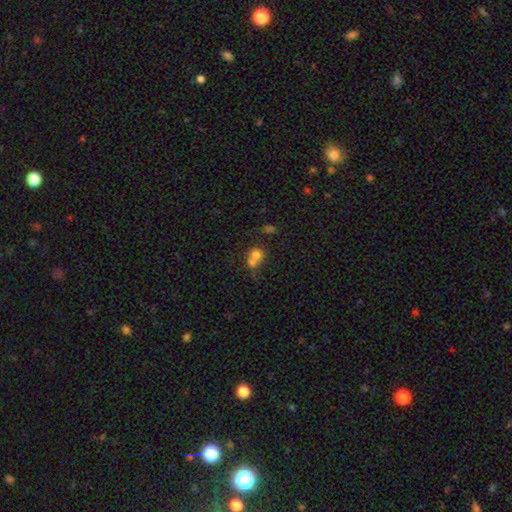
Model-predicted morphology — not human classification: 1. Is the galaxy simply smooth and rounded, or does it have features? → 70% smooth, 17% featured or disk, 12% star or artifact.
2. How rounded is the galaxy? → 76% round, 23% in between, 1% cigar-shaped.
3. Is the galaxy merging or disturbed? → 61% merger, 29% none, 7% minor disturbance, 4% major disturbance.